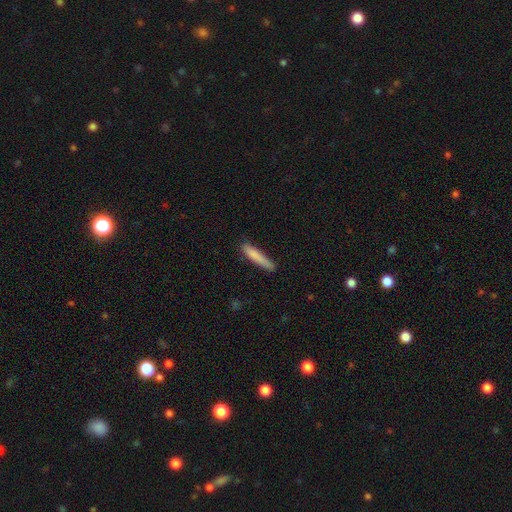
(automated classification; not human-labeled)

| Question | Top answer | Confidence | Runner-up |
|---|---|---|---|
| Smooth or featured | smooth | 81% | featured or disk (13%) |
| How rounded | cigar-shaped | 90% | in between (9%) |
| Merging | none | 78% | minor disturbance (18%) |